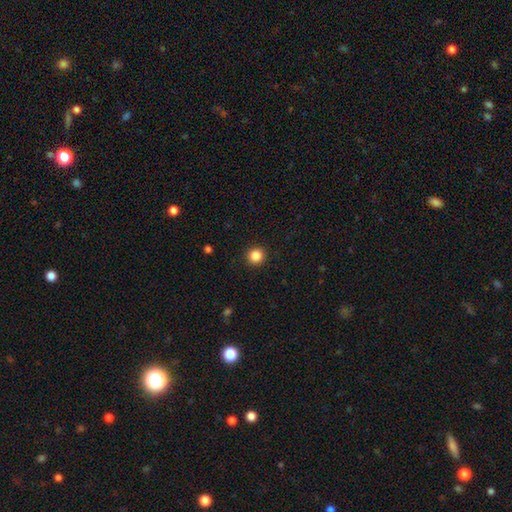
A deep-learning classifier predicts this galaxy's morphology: Overall: smooth (86%). How rounded: round (93%). Merging: none (92%).